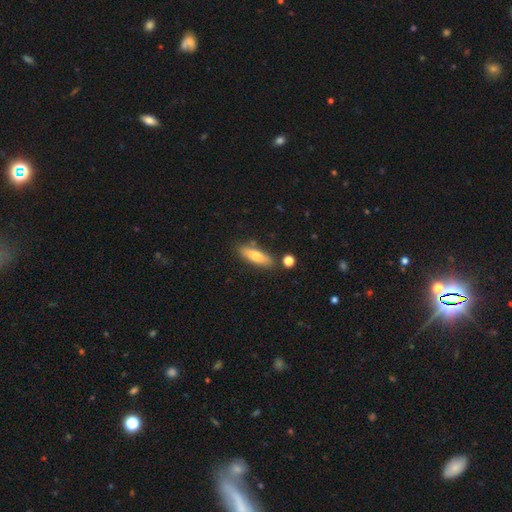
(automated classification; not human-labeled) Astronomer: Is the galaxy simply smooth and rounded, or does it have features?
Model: smooth — 76%.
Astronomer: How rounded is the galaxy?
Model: cigar-shaped — 51% (runner-up: in between, 47%).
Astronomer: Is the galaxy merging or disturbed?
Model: none — 79%.